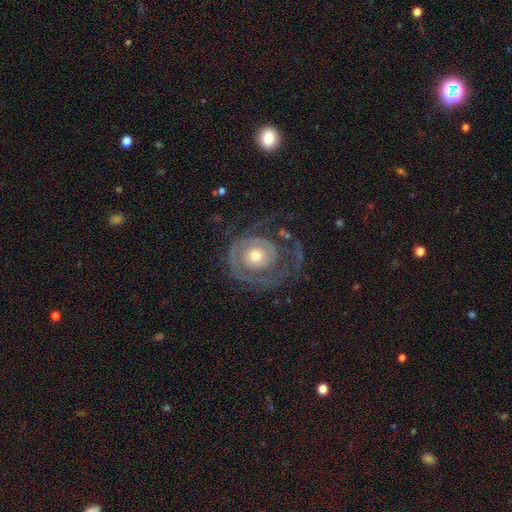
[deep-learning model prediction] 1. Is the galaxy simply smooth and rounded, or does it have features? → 80% featured or disk, 14% smooth, 5% star or artifact.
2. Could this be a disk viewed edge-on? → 97% no, 3% yes.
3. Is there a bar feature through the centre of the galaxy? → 82% no, 14% weak, 3% strong.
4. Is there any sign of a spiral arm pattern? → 83% yes, 17% no.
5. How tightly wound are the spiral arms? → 63% tight, 23% medium, 13% loose.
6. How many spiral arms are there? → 48% 1, 21% 2, 19% can't tell, 6% 3, 3% 4, 3% more than 4.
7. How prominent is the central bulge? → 63% moderate, 18% small, 16% large, 2% dominant, 1% none.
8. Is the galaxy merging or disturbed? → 51% none, 30% major disturbance, 18% minor disturbance, 2% merger.